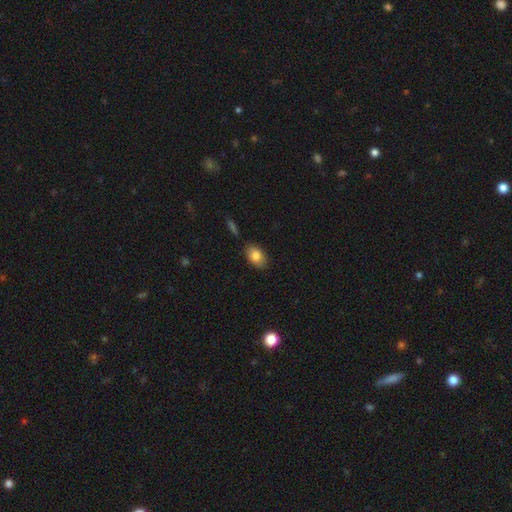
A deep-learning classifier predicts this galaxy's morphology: type=smooth (83%); roundness=in between (86%); merging=none (82%).